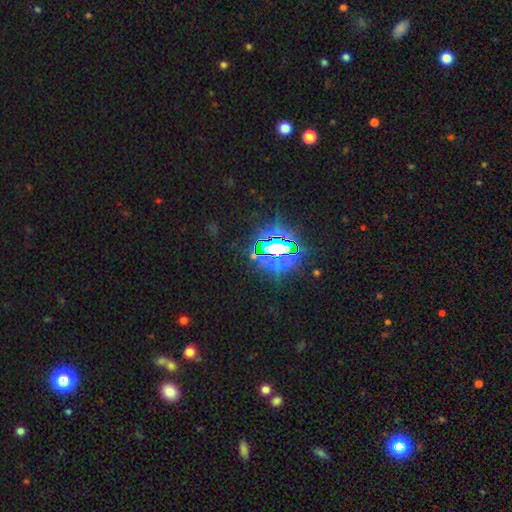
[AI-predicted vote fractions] This is clearly a star or artifact rather than a galaxy (82%).